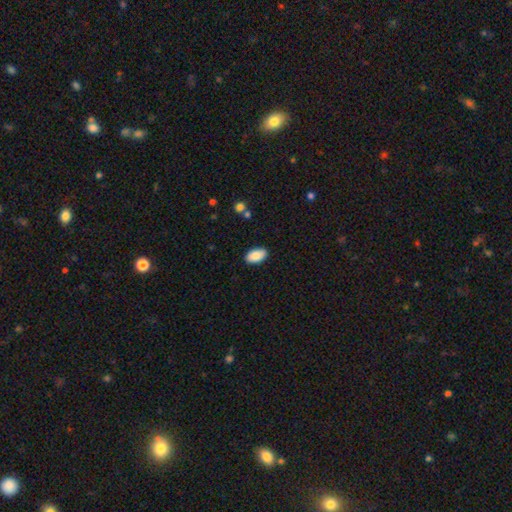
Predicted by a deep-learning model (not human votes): The model was most divided on "merging": none: 87%, minor disturbance: 10%, major disturbance: 2%, merger: 1%. More confident: how rounded — in between (95%); smooth or featured — smooth (87%).